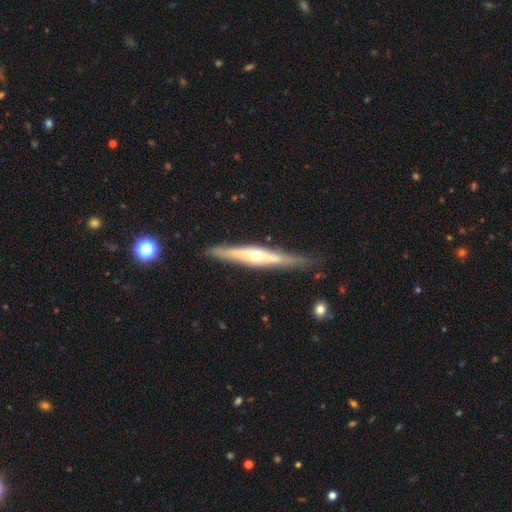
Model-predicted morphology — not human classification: featured or disk 70%, smooth 24%, star or artifact 5%. Down the decision tree: edge-on disk — yes (95%); edge-on bulge — rounded (87%); merging — none (83%).